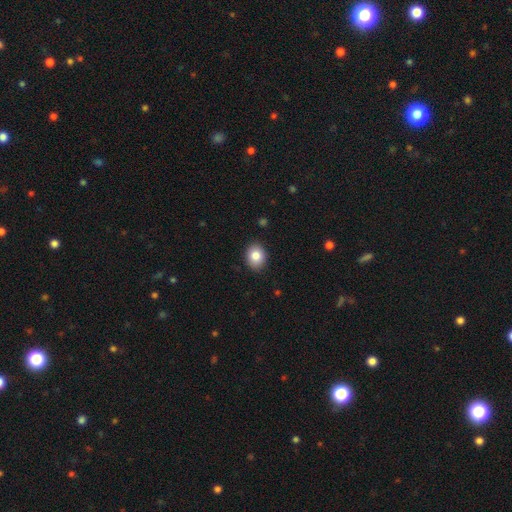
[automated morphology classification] Smooth or featured: smooth — 84% (star or artifact — 8%)
How rounded: in between — 51% (round — 49%)
Merging: none — 89% (minor disturbance — 8%)